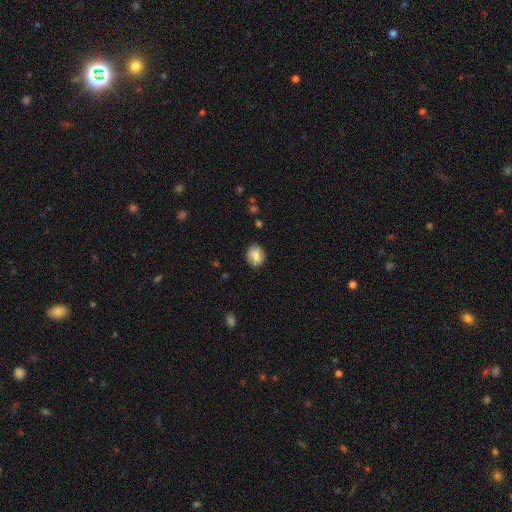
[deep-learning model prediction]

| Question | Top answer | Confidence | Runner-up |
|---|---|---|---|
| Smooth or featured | smooth | 75% | featured or disk (17%) |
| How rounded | round | 57% | in between (42%) |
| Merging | none | 84% | minor disturbance (12%) |